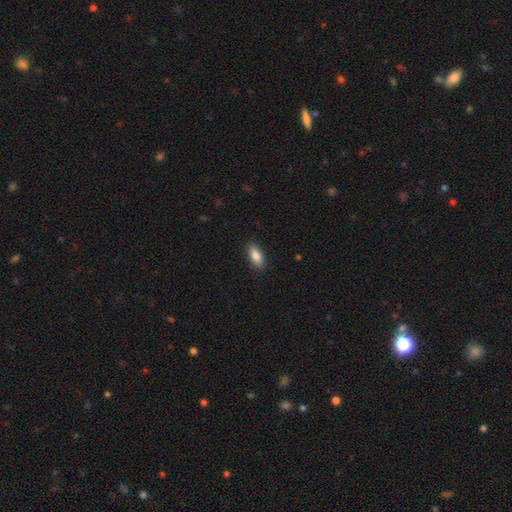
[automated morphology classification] A smooth galaxy with no disk features (86%) that is in between round and cigar-shaped (84%). Merging: none (88%).